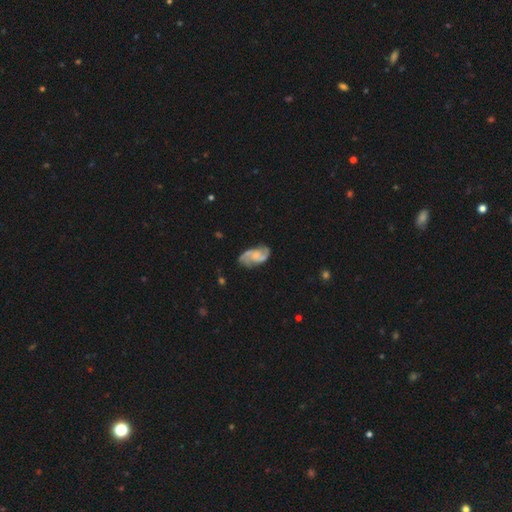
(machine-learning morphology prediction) type=featured or disk (84%); edge-on=no (97%); bar=no (55%); spiral arms=yes (96%); winding=medium (47%); arm count=2 (83%); bulge=small (46%); merging=none (72%).